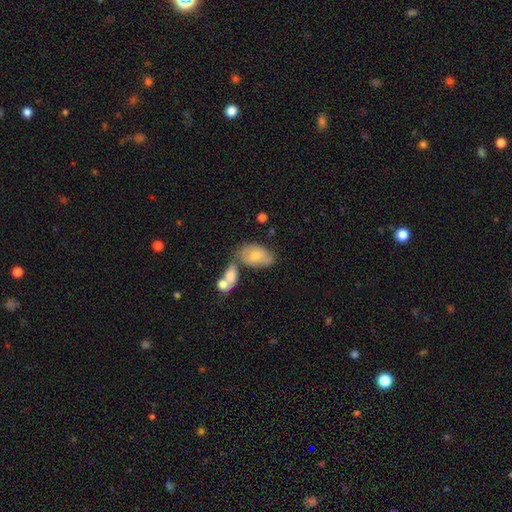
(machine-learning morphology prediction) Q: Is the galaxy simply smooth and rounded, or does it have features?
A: smooth — 67%.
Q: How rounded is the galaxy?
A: in between — 91%.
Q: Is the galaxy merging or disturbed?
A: none — 39%.